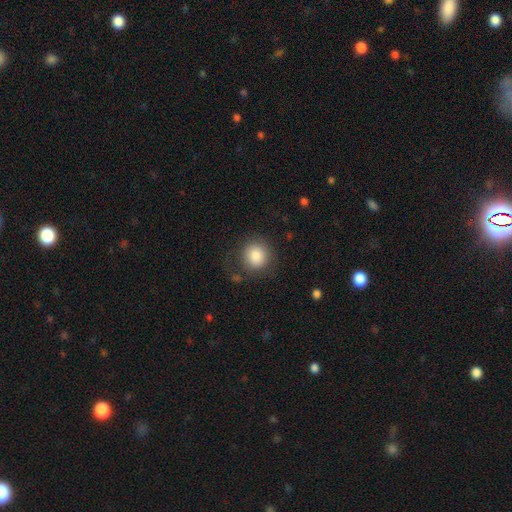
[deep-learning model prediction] The model was most divided on "merging": none: 76%, minor disturbance: 14%, major disturbance: 8%, merger: 2%. More confident: how rounded — round (89%); smooth or featured — smooth (84%).